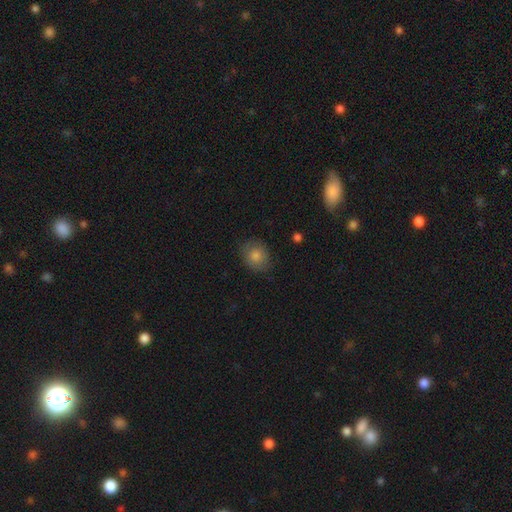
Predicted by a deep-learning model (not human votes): smooth 78%, star or artifact 11%, featured or disk 10%. Down the decision tree: how rounded — round (64%); merging — none (82%).